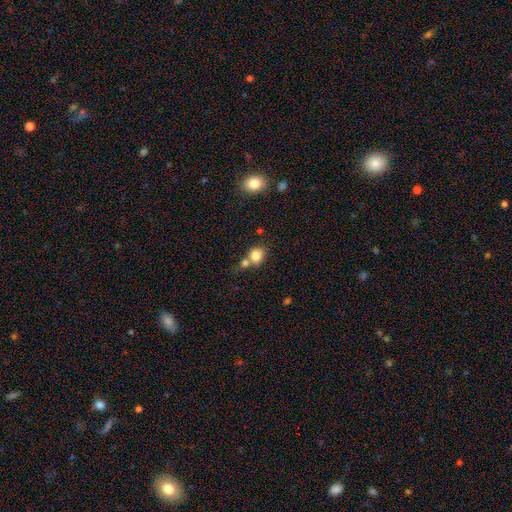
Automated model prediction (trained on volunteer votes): smooth 82%, star or artifact 10%, featured or disk 8%. Down the decision tree: how rounded — round (64%); merging — none (47%).